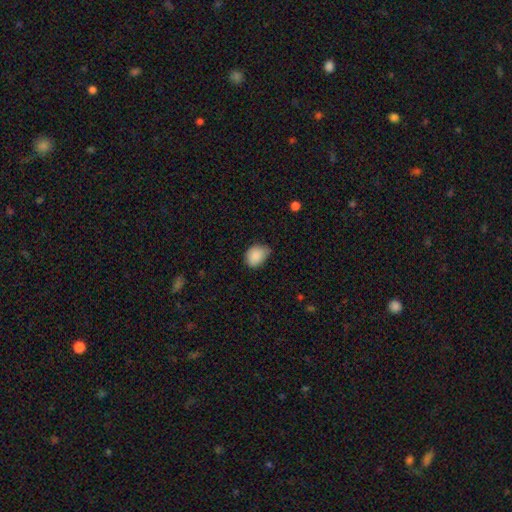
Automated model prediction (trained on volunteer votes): A smooth galaxy with no disk features (87%) that is in between round and cigar-shaped (62%).

Vote fractions:
- Smooth or featured? smooth: 87% / star or artifact: 8% / featured or disk: 5%
- How rounded? in between: 62% / round: 38% / cigar-shaped: 1%
- Merging? none: 48% / minor disturbance: 43% / major disturbance: 7% / merger: 2%